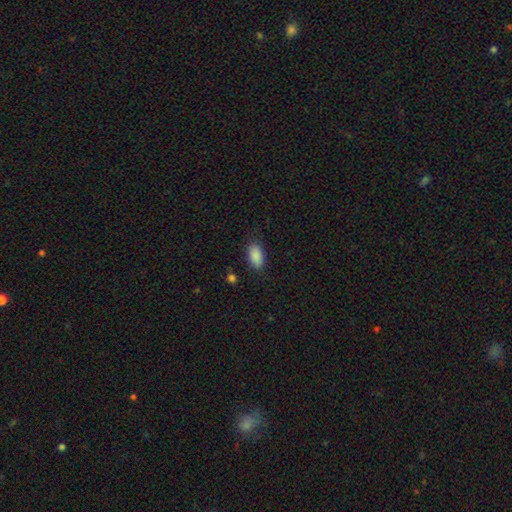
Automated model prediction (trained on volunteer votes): smooth_or_featured: smooth (p=0.89) [alt: star or artifact p=0.08]
how_rounded: in between (p=0.92) [alt: cigar-shaped p=0.04]
merging: none (p=0.83) [alt: minor disturbance p=0.12]